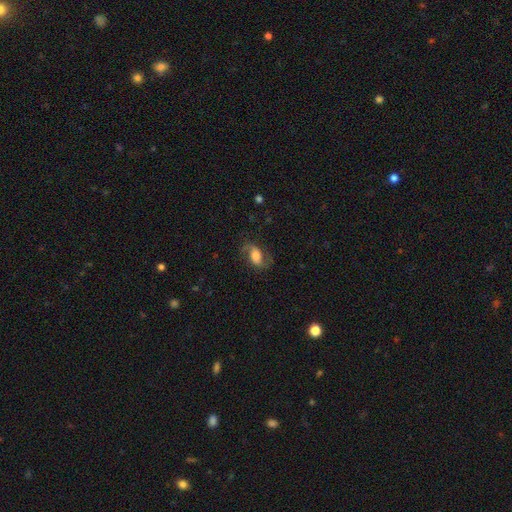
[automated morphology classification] This is possibly a featured or disk galaxy (50%). Merging: likely none (66%).